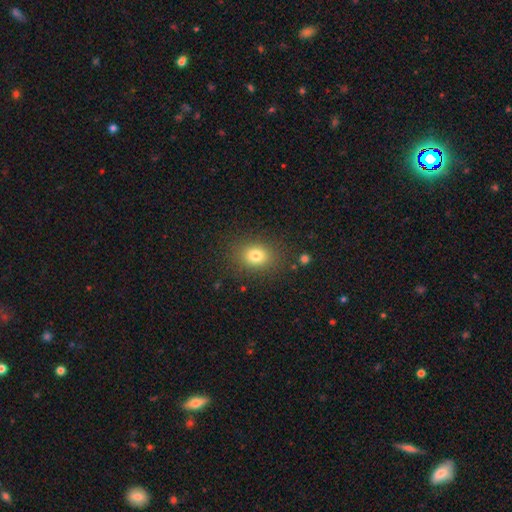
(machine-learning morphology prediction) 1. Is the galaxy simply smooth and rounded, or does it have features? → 79% smooth, 13% star or artifact, 9% featured or disk.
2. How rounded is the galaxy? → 51% in between, 48% round, 1% cigar-shaped.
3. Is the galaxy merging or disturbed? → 84% none, 10% minor disturbance, 4% major disturbance, 2% merger.